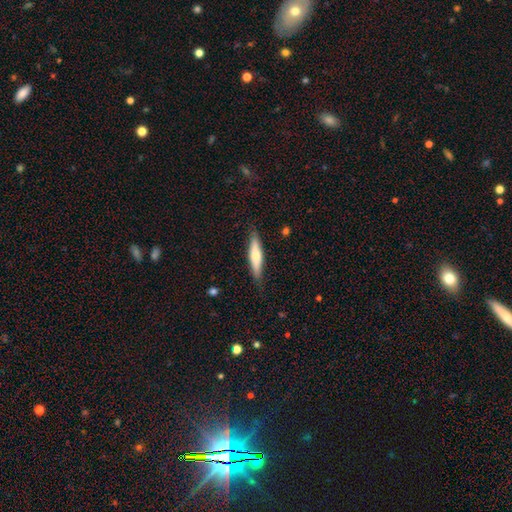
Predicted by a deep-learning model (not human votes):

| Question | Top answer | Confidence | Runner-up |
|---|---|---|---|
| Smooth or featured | smooth | 54% | featured or disk (40%) |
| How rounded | cigar-shaped | 77% | in between (22%) |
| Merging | none | 85% | minor disturbance (12%) |